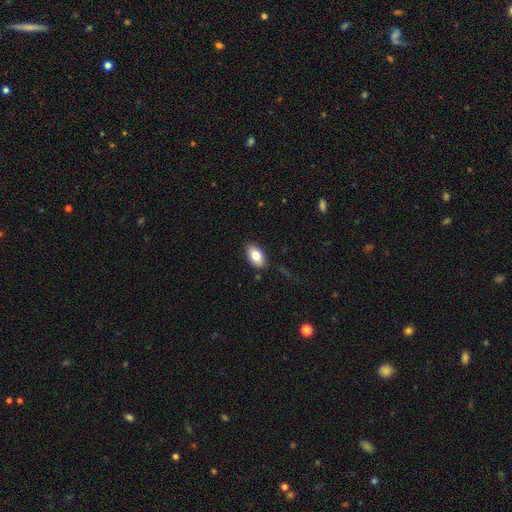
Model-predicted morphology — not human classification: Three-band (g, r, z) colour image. It shows a smooth galaxy with no disk features (80%) that is in between round and cigar-shaped (92%). Merging: none (84%).